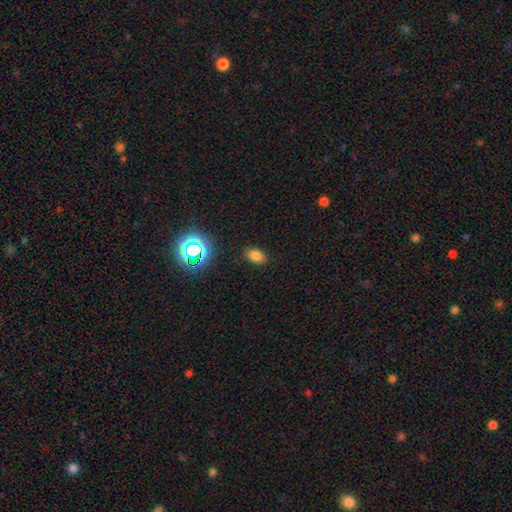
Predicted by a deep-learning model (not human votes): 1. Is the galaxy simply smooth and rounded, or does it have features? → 77% smooth, 17% star or artifact, 6% featured or disk.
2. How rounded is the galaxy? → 82% in between, 16% round, 2% cigar-shaped.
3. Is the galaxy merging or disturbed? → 87% none, 9% minor disturbance, 3% major disturbance, 1% merger.